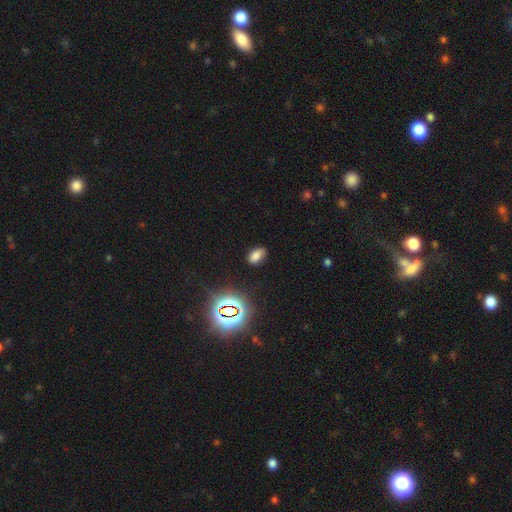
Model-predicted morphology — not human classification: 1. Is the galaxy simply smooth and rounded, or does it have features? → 69% smooth, 22% star or artifact, 9% featured or disk.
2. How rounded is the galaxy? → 87% in between, 11% round, 2% cigar-shaped.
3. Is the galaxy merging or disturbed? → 78% none, 17% minor disturbance, 4% major disturbance, 2% merger.